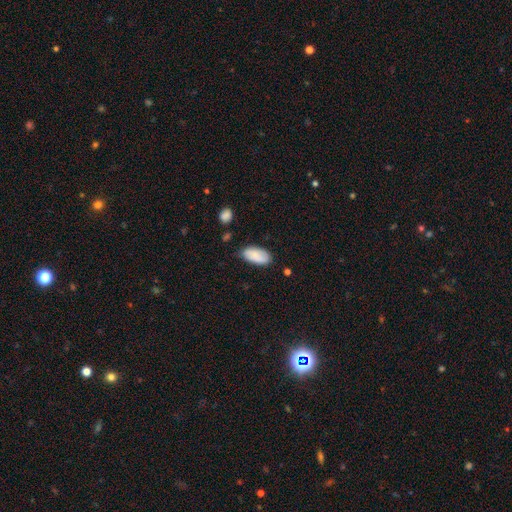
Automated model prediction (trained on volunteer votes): The model was most divided on "merging": none: 72%, minor disturbance: 21%, major disturbance: 4%, merger: 3%. More confident: how rounded — in between (94%); smooth or featured — smooth (82%).